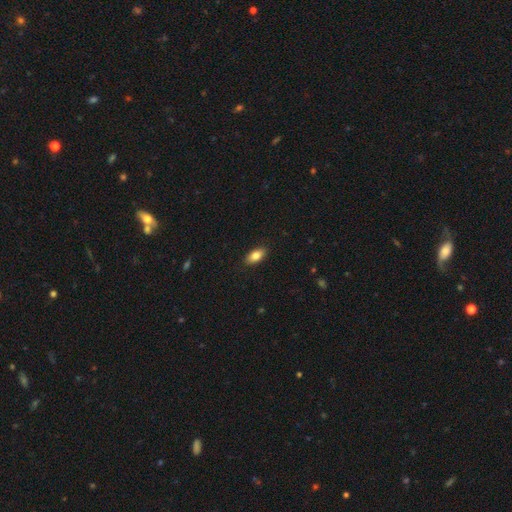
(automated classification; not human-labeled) This appears to be a smooth galaxy with no disk features (83%) that is in between round and cigar-shaped (89%). Merging: none (88%).